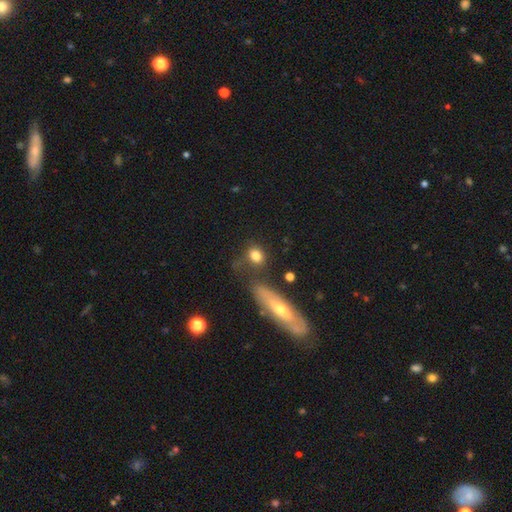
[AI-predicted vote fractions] This appears to be a smooth galaxy with no disk features (78%) that is round (62%). Merging: none (64%).